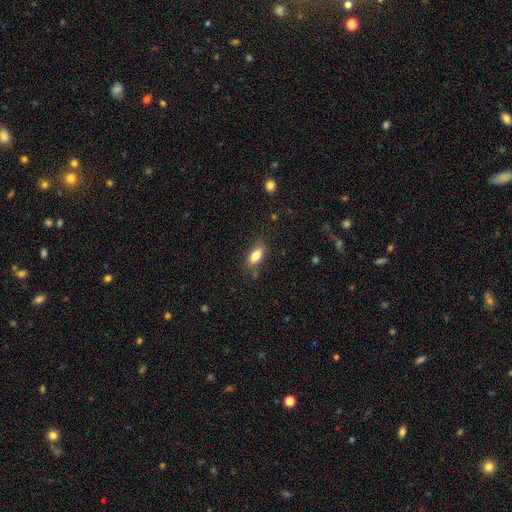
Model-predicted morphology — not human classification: Overall: smooth (79%). How rounded: in between (83%). Merging: none (80%).